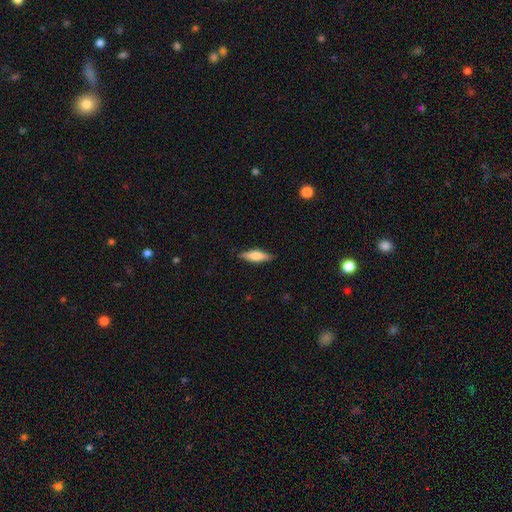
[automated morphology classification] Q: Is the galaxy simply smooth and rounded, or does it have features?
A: smooth — 65%.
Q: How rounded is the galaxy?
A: cigar-shaped — 58%.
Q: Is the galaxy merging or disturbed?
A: none — 87%.